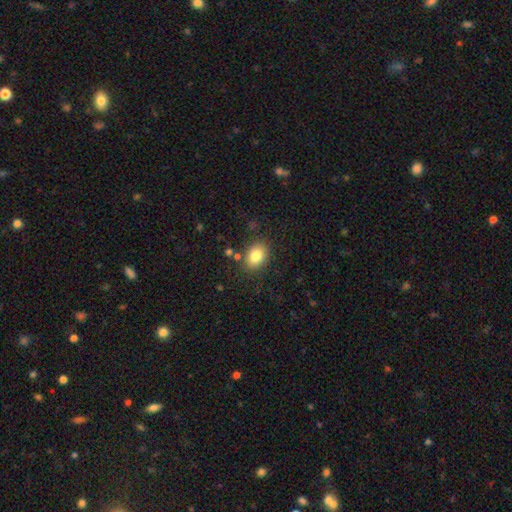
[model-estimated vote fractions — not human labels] Smooth or featured?
  - smooth: 82% *
  - star or artifact: 9%
  - featured or disk: 8%
How rounded?
  - in between: 65% *
  - round: 34%
  - cigar-shaped: 1%
Merging?
  - none: 82% *
  - minor disturbance: 11%
  - merger: 4%
  - major disturbance: 3%